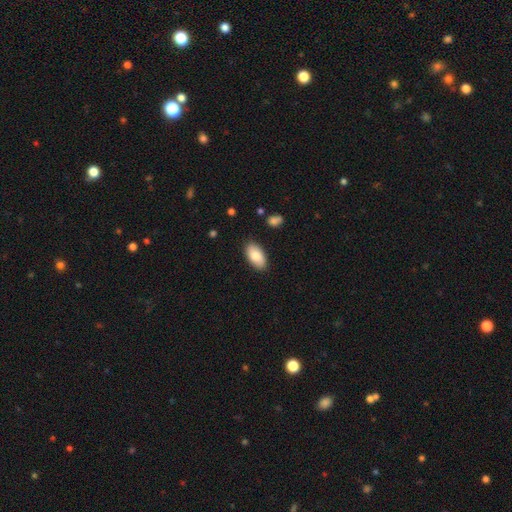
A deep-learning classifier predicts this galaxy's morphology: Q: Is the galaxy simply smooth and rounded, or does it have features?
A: smooth — 84%.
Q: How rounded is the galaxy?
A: in between — 94%.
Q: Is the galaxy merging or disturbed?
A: none — 86%.